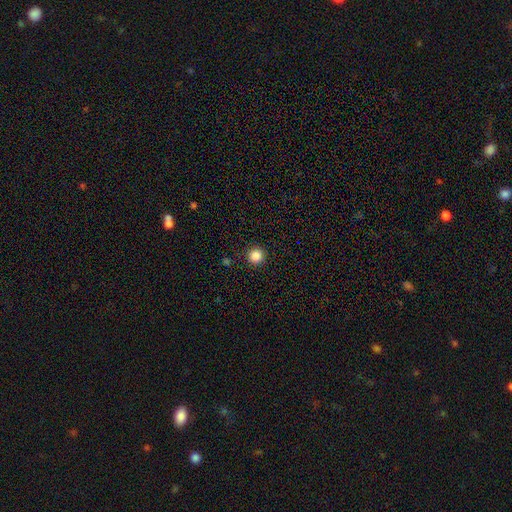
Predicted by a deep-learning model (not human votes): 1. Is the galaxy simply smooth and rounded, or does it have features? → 86% smooth, 11% star or artifact, 3% featured or disk.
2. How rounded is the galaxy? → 95% round, 4% in between, 1% cigar-shaped.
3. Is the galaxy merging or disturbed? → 92% none, 5% minor disturbance, 2% major disturbance, 1% merger.